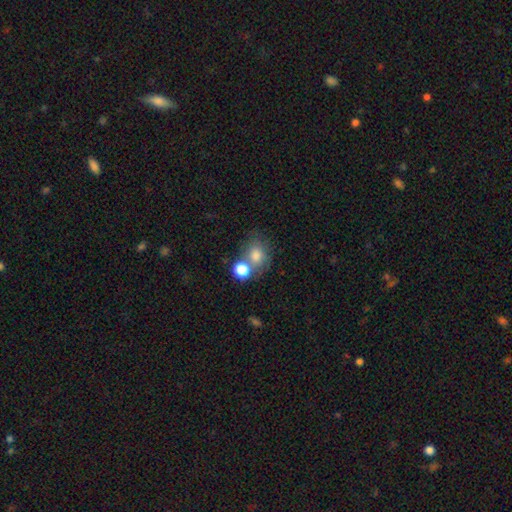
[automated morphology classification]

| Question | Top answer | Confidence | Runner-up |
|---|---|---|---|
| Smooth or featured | smooth | 76% | star or artifact (12%) |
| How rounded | round | 60% | in between (39%) |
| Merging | none | 46% | merger (34%) |